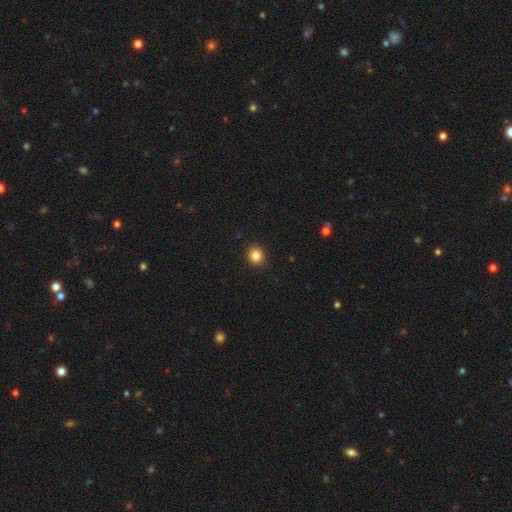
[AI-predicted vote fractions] smooth 83%, star or artifact 11%, featured or disk 5%. Down the decision tree: how rounded — round (83%); merging — none (91%).